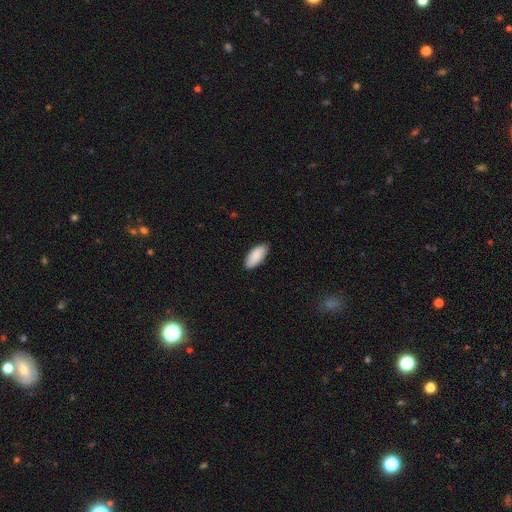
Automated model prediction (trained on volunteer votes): This is clearly a smooth galaxy (88%). How rounded: clearly in between (89%). Merging: clearly none (87%).